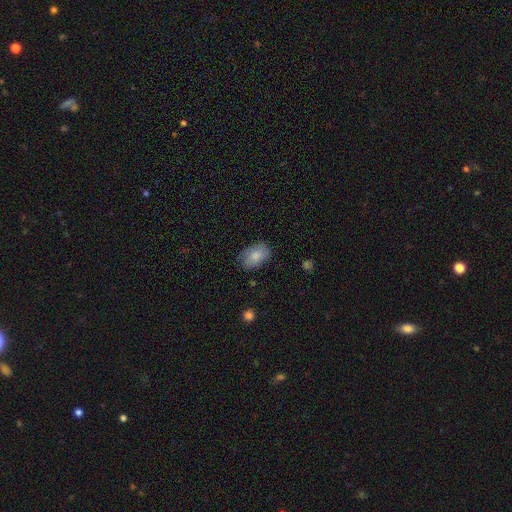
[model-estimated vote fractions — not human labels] Morphology: type=smooth (83%); roundness=in between (88%); merging=none (76%).